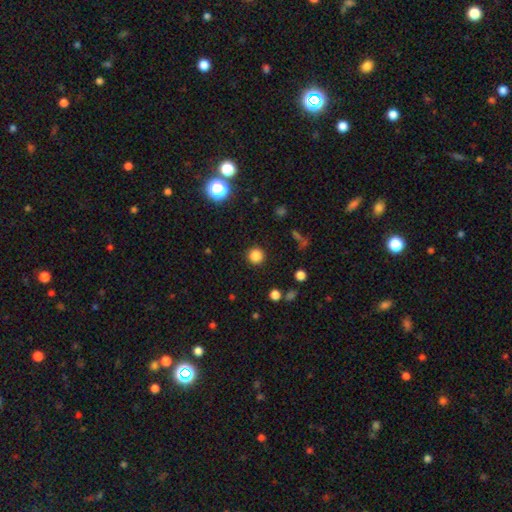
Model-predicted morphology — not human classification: smooth 84%, star or artifact 12%, featured or disk 4%. Down the decision tree: how rounded — round (94%); merging — none (91%).